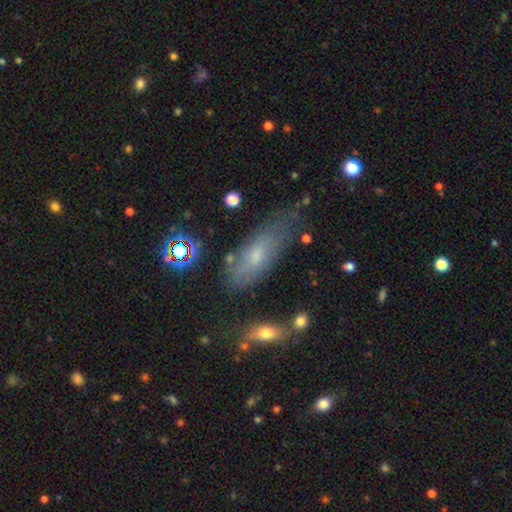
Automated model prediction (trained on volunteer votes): Smooth or featured?
  - smooth: 53% *
  - featured or disk: 32%
  - star or artifact: 14%
How rounded?
  - in between: 67% *
  - cigar-shaped: 29%
  - round: 4%
Merging?
  - none: 60% *
  - minor disturbance: 26%
  - major disturbance: 9%
  - merger: 5%